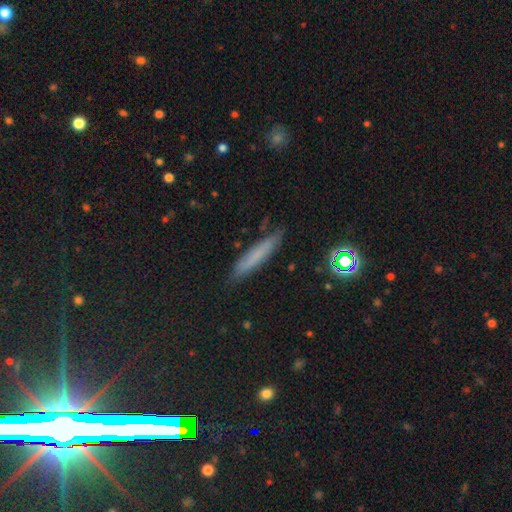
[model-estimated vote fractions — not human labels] Smooth or featured: smooth — 63% (featured or disk — 23%)
How rounded: cigar-shaped — 91% (in between — 7%)
Merging: none — 83% (minor disturbance — 13%)